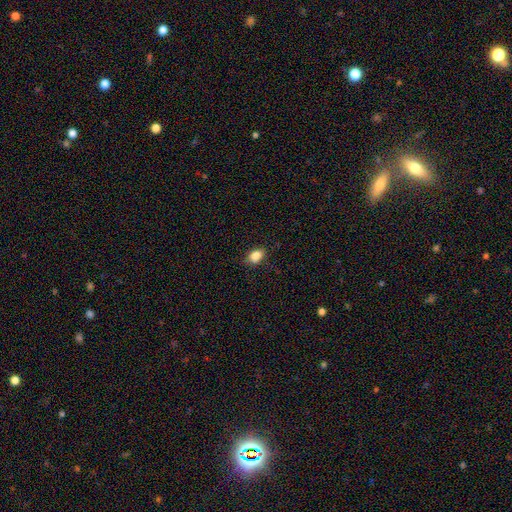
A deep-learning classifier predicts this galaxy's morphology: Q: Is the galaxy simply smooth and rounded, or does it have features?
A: smooth — 85%.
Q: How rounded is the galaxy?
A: in between — 81%.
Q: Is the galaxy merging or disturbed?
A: none — 80%.